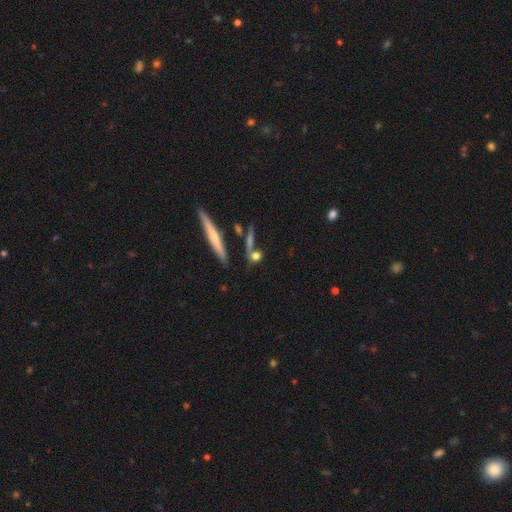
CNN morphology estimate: This is likely a smooth galaxy (63%). How rounded: marginally round (44%). Merging: likely none (62%).